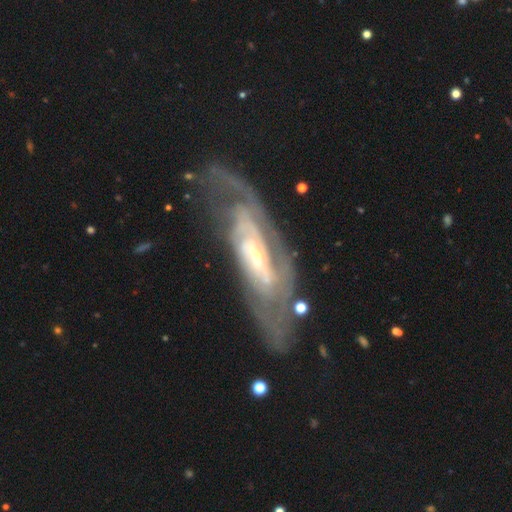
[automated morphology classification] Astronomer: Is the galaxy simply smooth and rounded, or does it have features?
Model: featured or disk — 84%.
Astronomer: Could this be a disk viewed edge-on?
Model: no — 84%.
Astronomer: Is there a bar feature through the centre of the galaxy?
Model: no — 41% (runner-up: weak, 38%).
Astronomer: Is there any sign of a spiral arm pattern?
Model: yes — 91%.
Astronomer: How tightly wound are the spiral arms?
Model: tight — 57% (runner-up: medium, 33%).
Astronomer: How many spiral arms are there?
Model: can't tell — 43% (runner-up: 2, 33%).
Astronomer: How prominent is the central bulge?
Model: small — 57%.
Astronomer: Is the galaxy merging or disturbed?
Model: none — 60%.